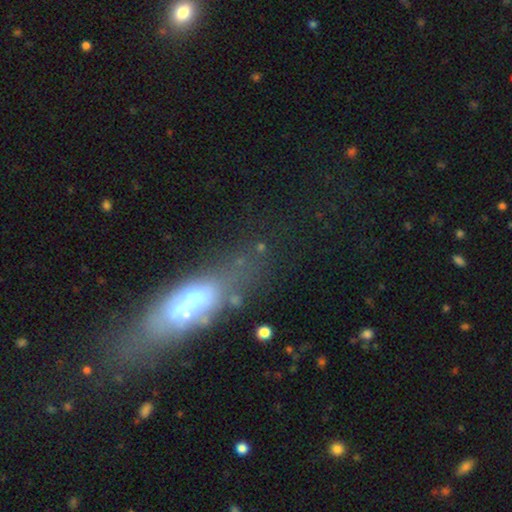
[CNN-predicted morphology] A smooth galaxy with no disk features (43%, tied with featured or disk).

Vote fractions:
- Smooth or featured? smooth: 43% (tied) / featured or disk: 43% (tied) / star or artifact: 14%
- Merging? none: 57% / minor disturbance: 21% / major disturbance: 17% / merger: 5%